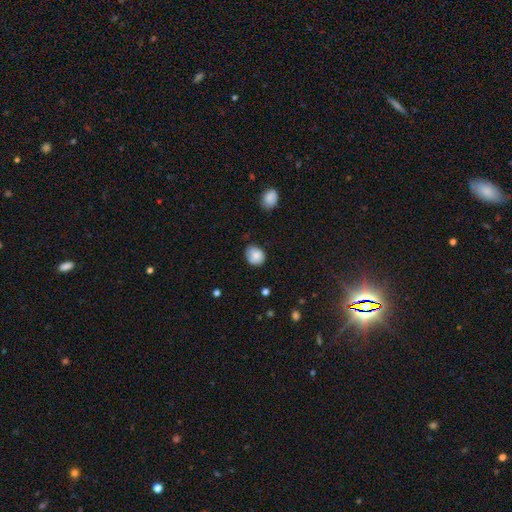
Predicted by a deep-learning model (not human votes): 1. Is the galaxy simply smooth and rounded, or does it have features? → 79% smooth, 13% featured or disk, 9% star or artifact.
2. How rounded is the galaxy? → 51% in between, 48% round, 1% cigar-shaped.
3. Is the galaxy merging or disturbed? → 54% none, 33% minor disturbance, 8% major disturbance, 5% merger.